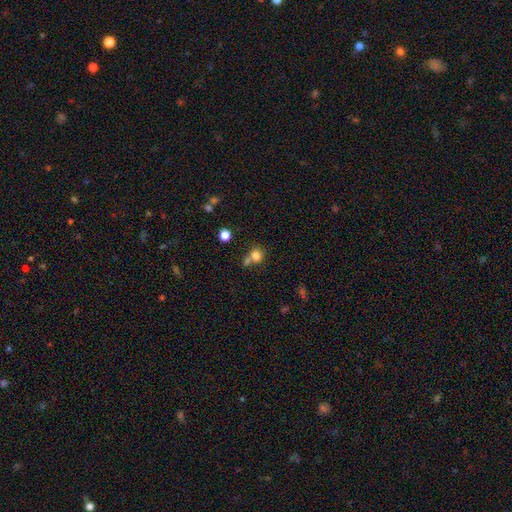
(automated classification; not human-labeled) Smooth or featured?
  - smooth: 79% *
  - star or artifact: 13%
  - featured or disk: 8%
How rounded?
  - round: 85% *
  - in between: 14%
  - cigar-shaped: 1%
Merging?
  - none: 47% *
  - merger: 39%
  - minor disturbance: 9%
  - major disturbance: 4%